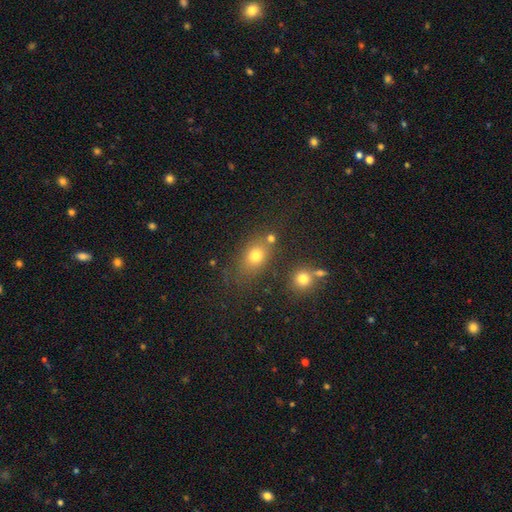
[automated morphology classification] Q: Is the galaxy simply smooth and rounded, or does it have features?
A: smooth — 72%.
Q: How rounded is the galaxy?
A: in between — 60%.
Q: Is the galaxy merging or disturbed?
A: none — 68%.